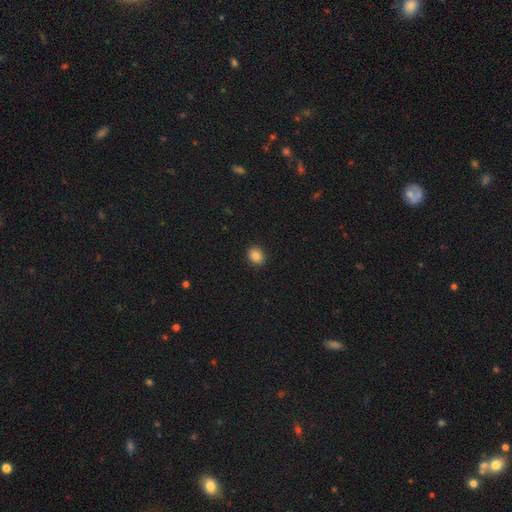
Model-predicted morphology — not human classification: Smooth or featured: smooth — 84% (star or artifact — 10%)
How rounded: round — 72% (in between — 27%)
Merging: none — 91% (minor disturbance — 6%)